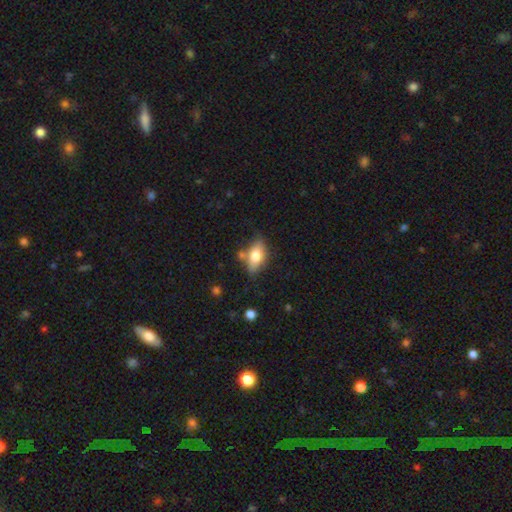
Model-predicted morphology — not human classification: The model was most divided on "smooth or featured": smooth: 66%, featured or disk: 26%, star or artifact: 8%. More confident: how rounded — in between (84%); merging — none (66%).